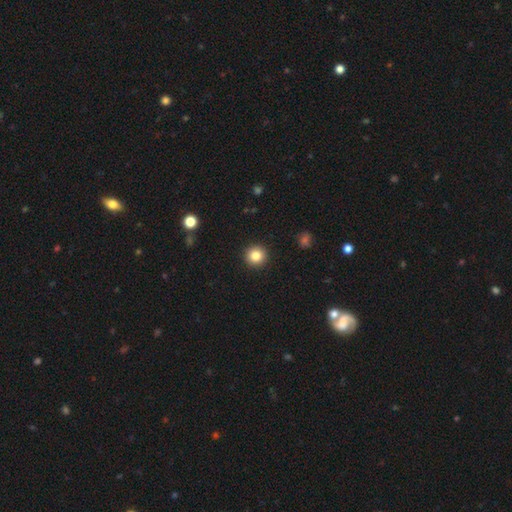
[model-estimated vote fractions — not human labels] Morphology: type=smooth (84%); roundness=round (95%); merging=none (93%).